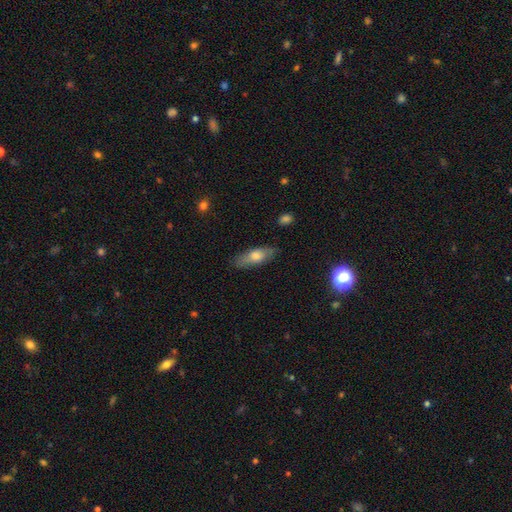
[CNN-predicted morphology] Smooth or featured?
  - smooth: 67% *
  - featured or disk: 27%
  - star or artifact: 7%
How rounded?
  - in between: 61% *
  - cigar-shaped: 37%
  - round: 3%
Merging?
  - none: 82% *
  - minor disturbance: 14%
  - major disturbance: 3%
  - merger: 1%